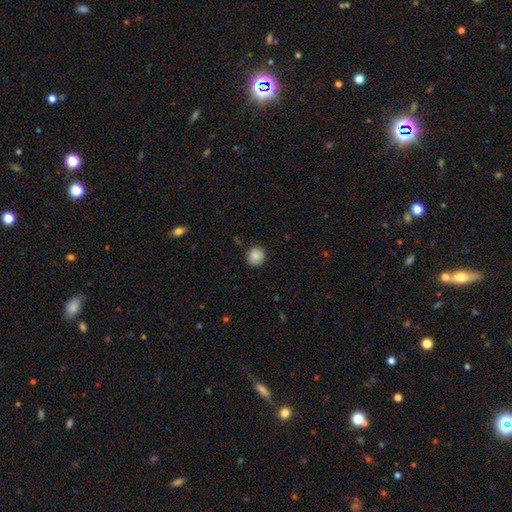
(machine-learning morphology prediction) type=smooth (85%); roundness=round (89%); merging=none (86%).